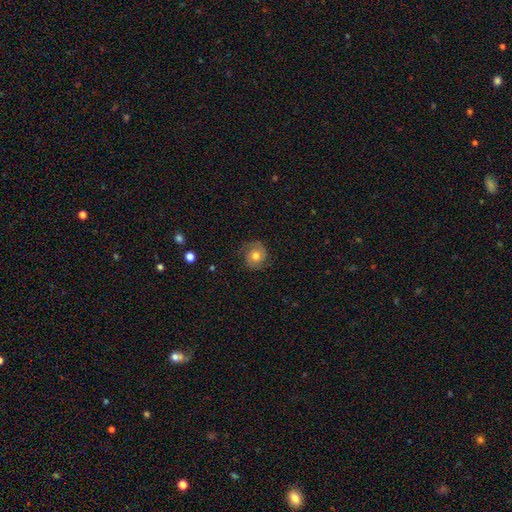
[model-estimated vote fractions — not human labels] Smooth or featured?
  - smooth: 48% *
  - featured or disk: 42%
  - star or artifact: 10%
Merging?
  - none: 74% *
  - minor disturbance: 17%
  - major disturbance: 7%
  - merger: 1%